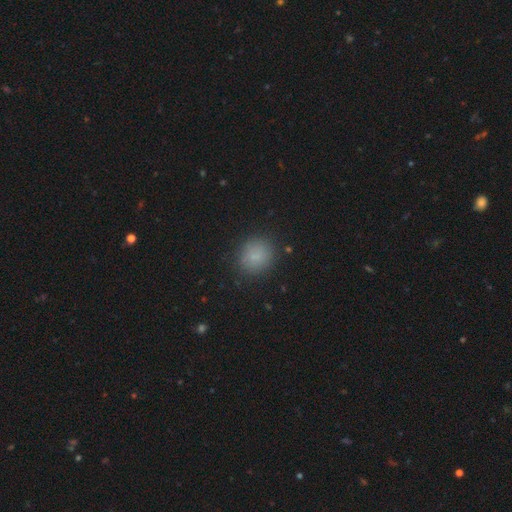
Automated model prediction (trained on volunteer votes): Smooth or featured: smooth — 82% (star or artifact — 12%)
How rounded: round — 81% (in between — 18%)
Merging: none — 88% (minor disturbance — 8%)